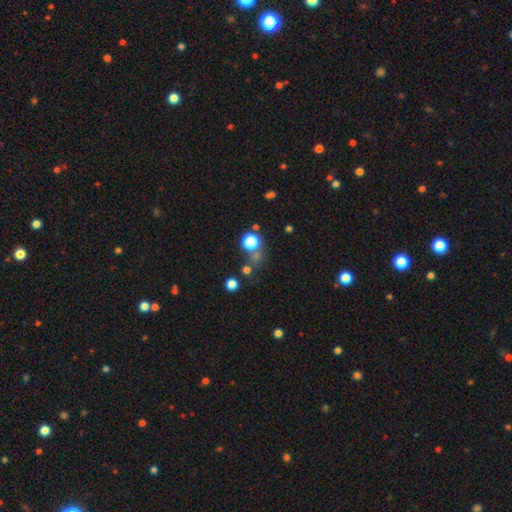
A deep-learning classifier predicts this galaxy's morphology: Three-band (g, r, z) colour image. It shows a star or artifact, not a galaxy (46%).